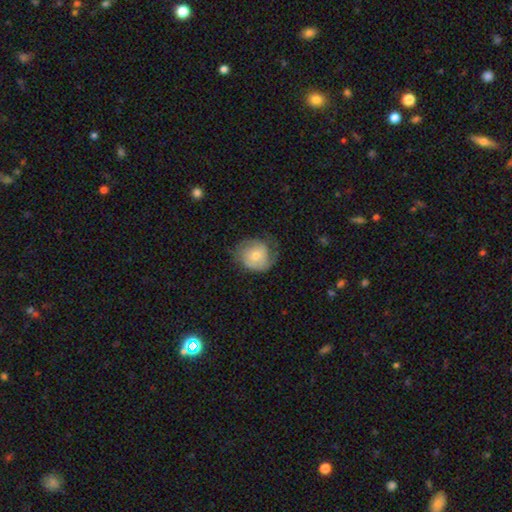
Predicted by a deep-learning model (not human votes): Smooth or featured: featured or disk — 54% (smooth — 38%)
Edge-on disk: no — 97% (yes — 3%)
Bar: no — 73% (weak — 23%)
Spiral arms: yes — 83% (no — 17%)
Bulge size: small — 48% (moderate — 45%)
Merging: none — 60% (minor disturbance — 24%)